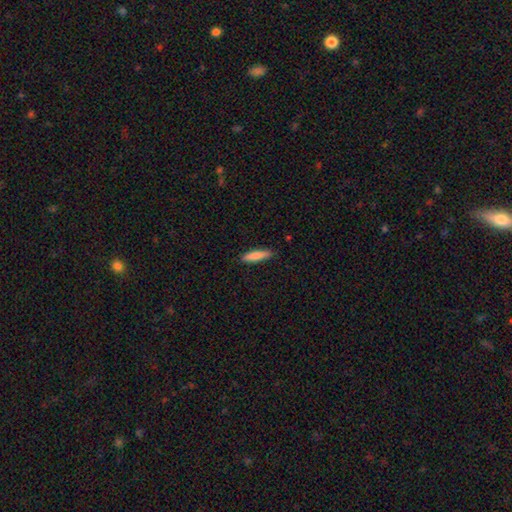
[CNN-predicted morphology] smooth_or_featured: smooth (p=0.81) [alt: featured or disk p=0.13]
how_rounded: cigar-shaped (p=0.79) [alt: in between p=0.20]
merging: none (p=0.88) [alt: minor disturbance p=0.09]